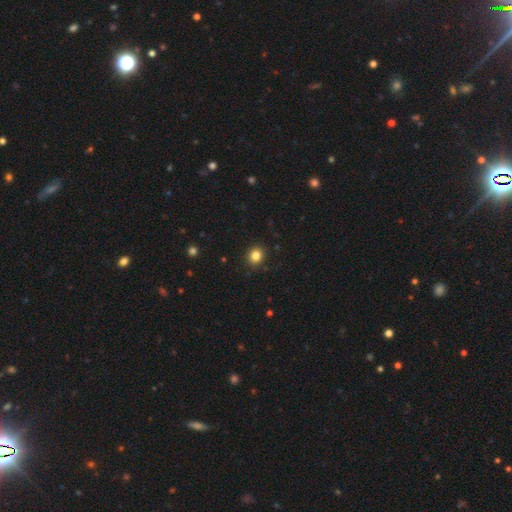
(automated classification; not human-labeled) This appears to be a smooth galaxy with no disk features (84%) that is round (82%). Merging: none (90%).